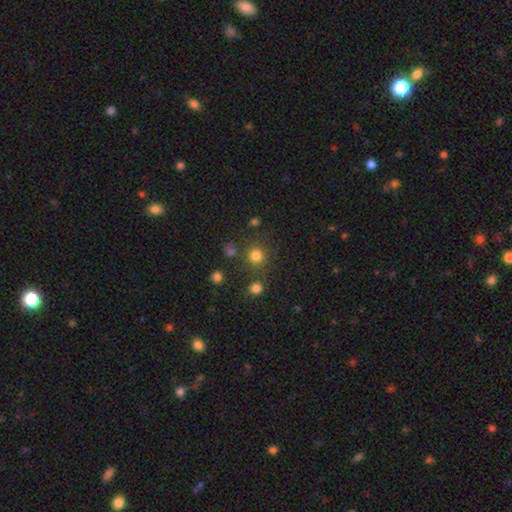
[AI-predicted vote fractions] Smooth or featured? smooth (79%)
How rounded? round (92%)
Merging? none (80%)